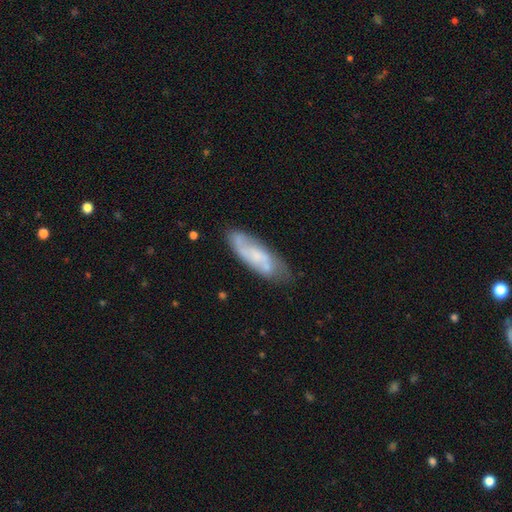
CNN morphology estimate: Smooth or featured: featured or disk — 60% (smooth — 34%)
Edge-on disk: no — 85% (yes — 15%)
Bar: no — 54% (weak — 37%)
Spiral arms: yes — 86% (no — 14%)
Bulge size: small — 51% (none — 23%)
Merging: none — 70% (minor disturbance — 21%)